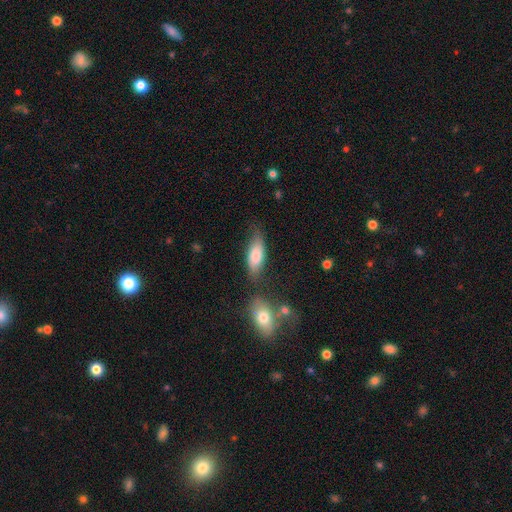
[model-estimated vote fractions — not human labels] Q: Smooth or featured?
A: smooth (76%); runner-up: featured or disk (17%)
Q: How rounded?
A: in between (77%); runner-up: cigar-shaped (20%)
Q: Merging?
A: none (58%); runner-up: minor disturbance (24%)